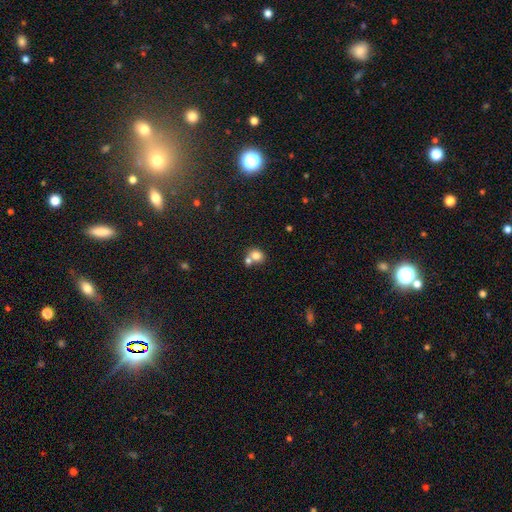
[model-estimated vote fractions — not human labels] Smooth or featured: smooth — 78% (featured or disk — 11%)
How rounded: round — 66% (in between — 33%)
Merging: merger — 47% (none — 41%)